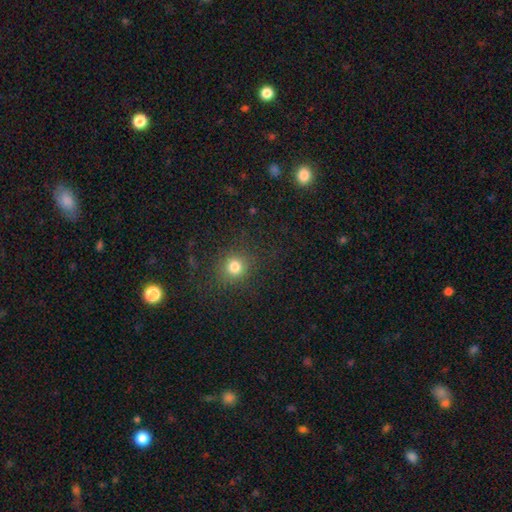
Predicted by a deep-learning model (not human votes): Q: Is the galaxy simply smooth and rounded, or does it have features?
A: smooth — 57%.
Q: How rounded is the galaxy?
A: round — 86%.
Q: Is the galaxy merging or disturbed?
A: none — 86%.